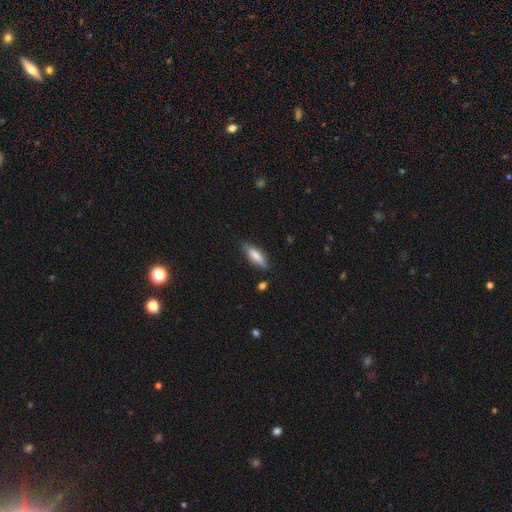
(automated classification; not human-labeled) Smooth or featured? smooth (74%)
How rounded? in between (52%)
Merging? none (79%)